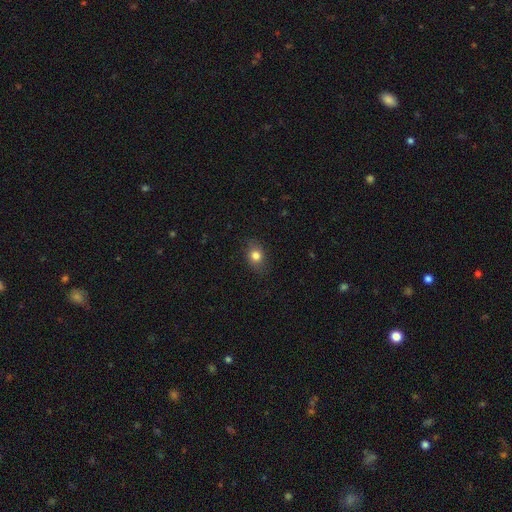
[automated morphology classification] type=smooth (79%); roundness=in between (55%); merging=none (81%).